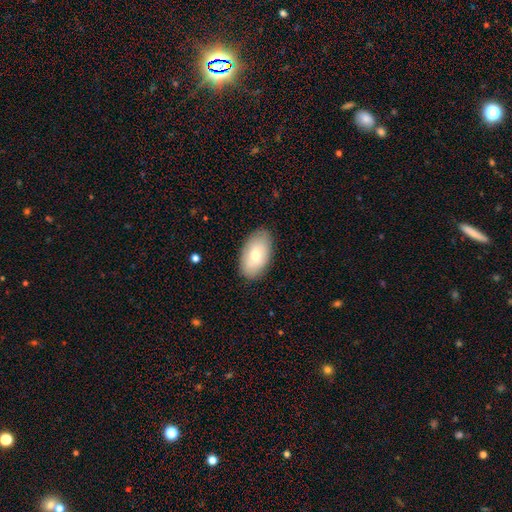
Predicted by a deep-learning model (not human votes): Smooth or featured? Predicted: smooth (p=0.73). How rounded? Predicted: in between (p=0.95). Merging? Predicted: none (p=0.84).